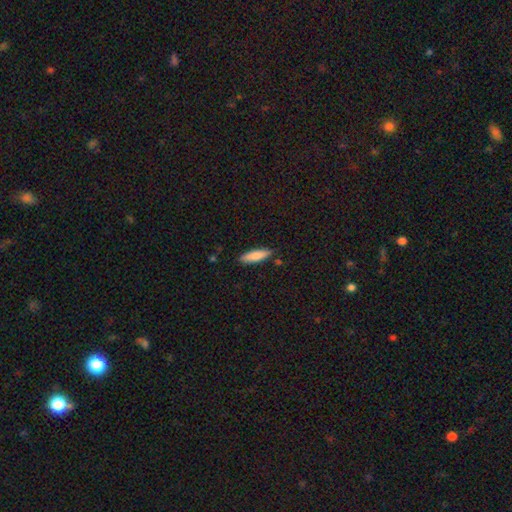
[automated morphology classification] Overall: smooth (84%). How rounded: cigar-shaped (63%; in between 36%). Merging: none (83%).